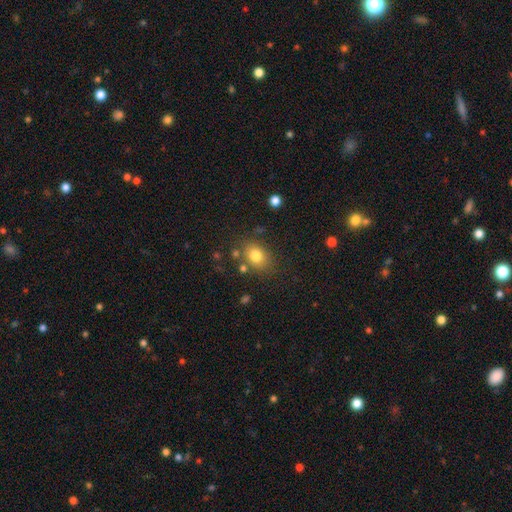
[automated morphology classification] Smooth or featured? Predicted: smooth (p=0.79). How rounded? Predicted: in between (p=0.61). Merging? Predicted: none (p=0.76).